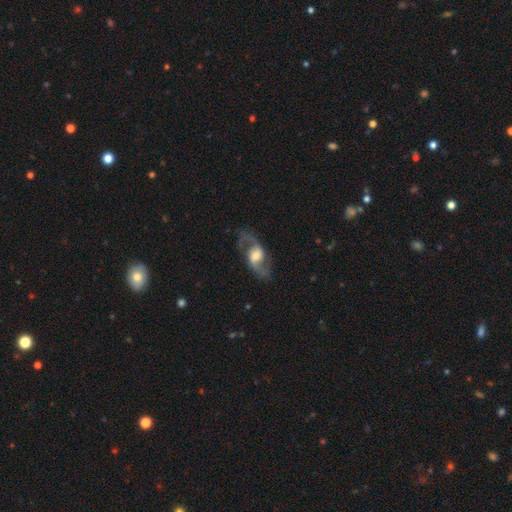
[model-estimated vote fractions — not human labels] A featured or disk galaxy (85%) with no bar (43%), 2 (93%) loose (56%) spiral arms (94%) and a moderate central bulge (56%).

Vote fractions:
- Smooth or featured? featured or disk: 85% / smooth: 10% / star or artifact: 6%
- Edge-on disk? no: 96% / yes: 4%
- Bar? no: 43% / weak: 42% / strong: 15%
- Spiral arms? yes: 94% / no: 6%
- Spiral winding? loose: 56% / medium: 37% / tight: 7%
- Spiral arm count? 2: 93% / can't tell: 2% / 1: 2% / 3: 1% / 4: 1% / more than 4: 1%
- Bulge size? moderate: 56% / small: 21% / large: 19% / none: 2% / dominant: 2%
- Merging? none: 76% / minor disturbance: 13% / major disturbance: 9% / merger: 2%